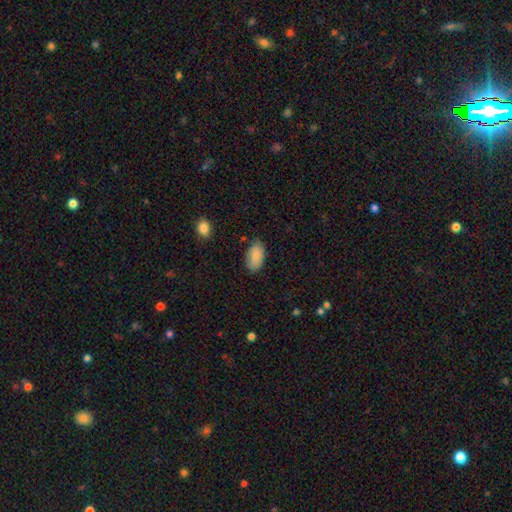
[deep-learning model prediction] Q: Smooth or featured?
A: smooth (86%); runner-up: featured or disk (8%)
Q: How rounded?
A: in between (95%); runner-up: round (3%)
Q: Merging?
A: none (76%); runner-up: minor disturbance (19%)